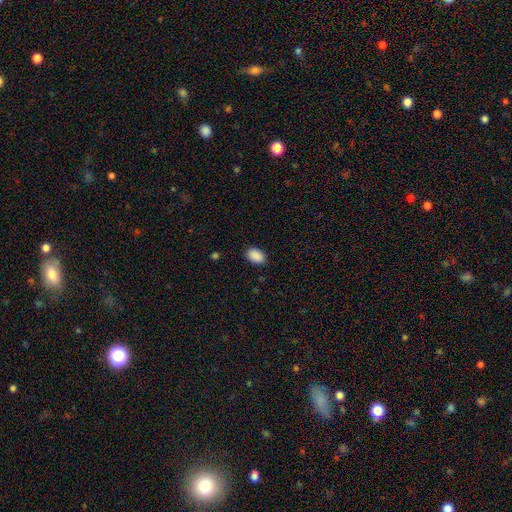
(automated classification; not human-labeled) This appears to be a smooth galaxy with no disk features (90%) that is in between round and cigar-shaped (87%). Merging: none (87%).